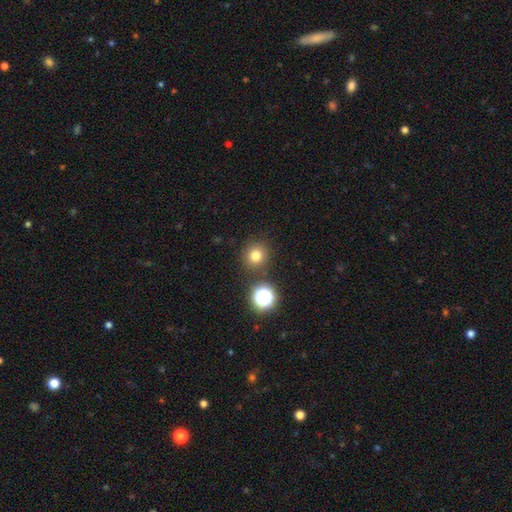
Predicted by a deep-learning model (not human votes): smooth_or_featured: smooth (p=0.76) [alt: star or artifact p=0.17]
how_rounded: round (p=0.92) [alt: in between p=0.07]
merging: none (p=0.85) [alt: minor disturbance p=0.07]